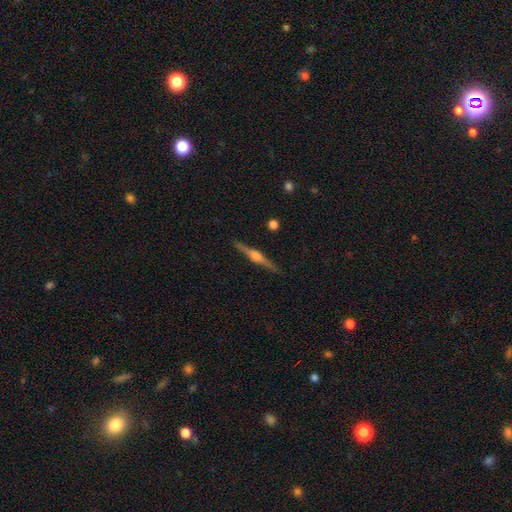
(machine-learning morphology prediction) The model was most divided on "smooth or featured": featured or disk: 82%, smooth: 12%, star or artifact: 6%. More confident: edge-on disk — yes (98%); merging — none (92%); edge-on bulge — rounded (89%).